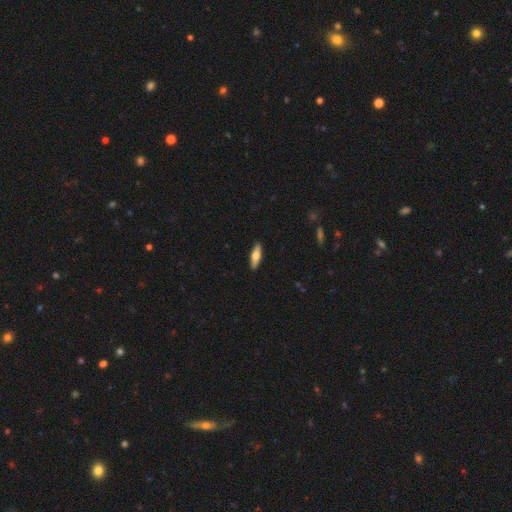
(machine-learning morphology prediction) A smooth galaxy with no disk features (60%) that is cigar-shaped (52%).

Vote fractions:
- Smooth or featured? smooth: 60% / featured or disk: 35% / star or artifact: 6%
- How rounded? cigar-shaped: 52% / in between: 46% / round: 2%
- Merging? none: 90% / minor disturbance: 7% / major disturbance: 1% / merger: 1%